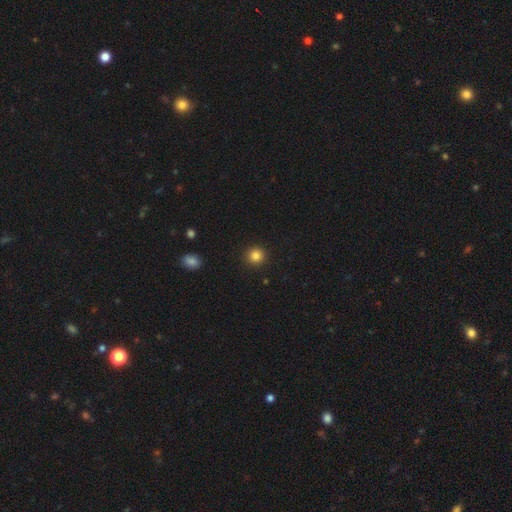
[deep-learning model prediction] smooth 85%, star or artifact 11%, featured or disk 4%. Down the decision tree: how rounded — round (94%); merging — none (92%).